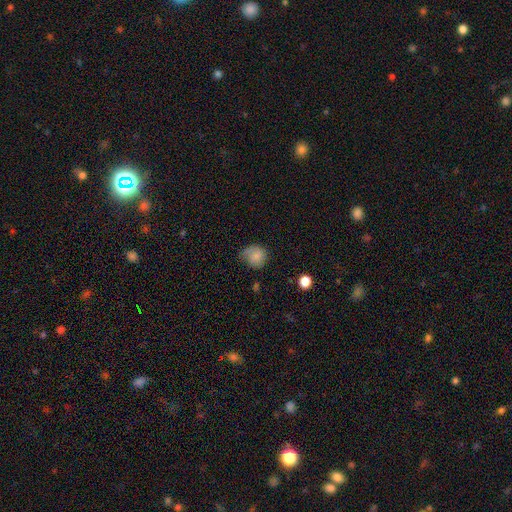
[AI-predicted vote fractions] A smooth galaxy with no disk features (75%) that is round (78%).

Vote fractions:
- Smooth or featured? smooth: 75% / featured or disk: 16% / star or artifact: 9%
- How rounded? round: 78% / in between: 21% / cigar-shaped: 1%
- Merging? none: 52% / minor disturbance: 33% / major disturbance: 13% / merger: 2%